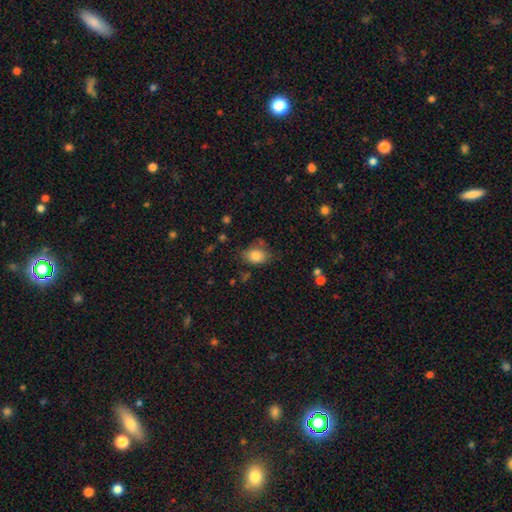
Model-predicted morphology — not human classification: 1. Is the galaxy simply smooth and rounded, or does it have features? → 82% smooth, 9% featured or disk, 9% star or artifact.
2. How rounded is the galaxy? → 69% in between, 29% round, 1% cigar-shaped.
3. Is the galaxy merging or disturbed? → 65% none, 24% minor disturbance, 7% major disturbance, 4% merger.